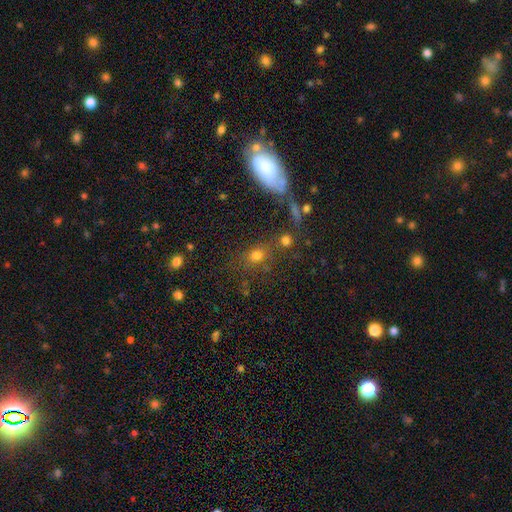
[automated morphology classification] smooth-or-featured: smooth: 68% | star or artifact: 20% | featured or disk: 13%
  how-rounded: round: 52% | in between: 44% | cigar-shaped: 5%
  merging: none: 67% | minor disturbance: 14% | merger: 12% | major disturbance: 7%